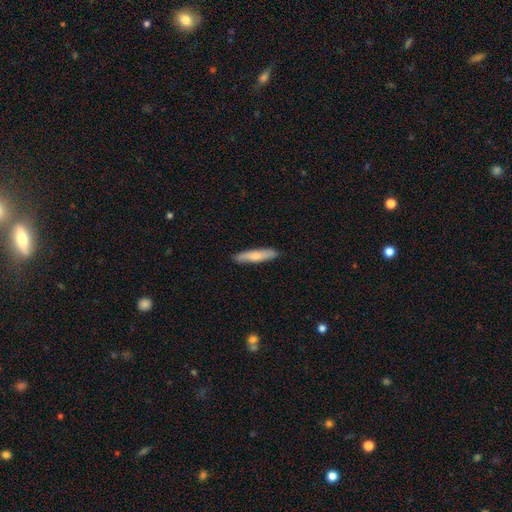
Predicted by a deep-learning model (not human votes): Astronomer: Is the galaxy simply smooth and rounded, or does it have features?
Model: smooth — 71%.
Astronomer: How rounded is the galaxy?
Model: cigar-shaped — 84%.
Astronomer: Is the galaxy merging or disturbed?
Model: none — 88%.